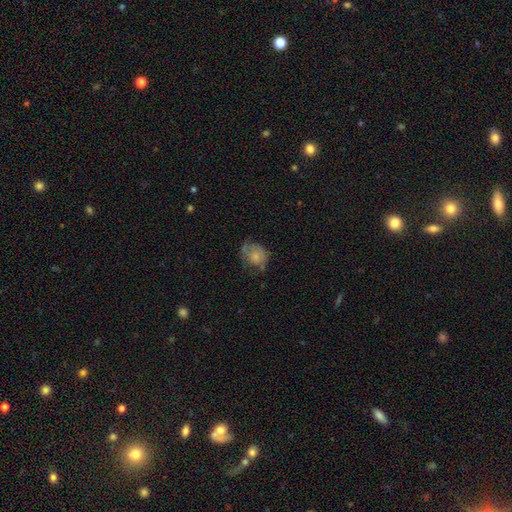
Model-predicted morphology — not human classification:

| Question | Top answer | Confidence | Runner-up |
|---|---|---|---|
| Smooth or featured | smooth | 55% | featured or disk (37%) |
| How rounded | round | 55% | in between (44%) |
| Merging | none | 49% | minor disturbance (30%) |